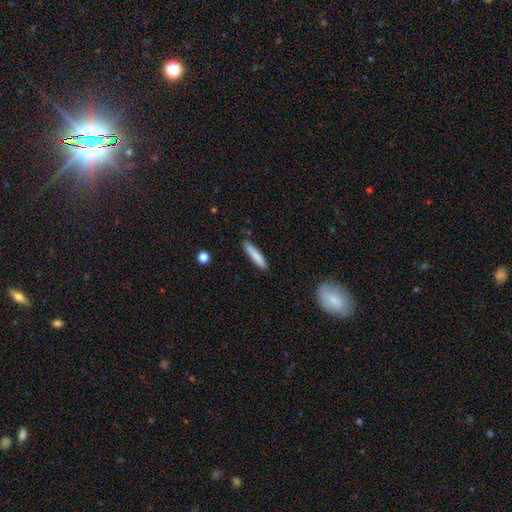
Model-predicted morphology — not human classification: This appears to be a smooth galaxy with no disk features (81%) that is cigar-shaped (90%). Merging: none (86%).